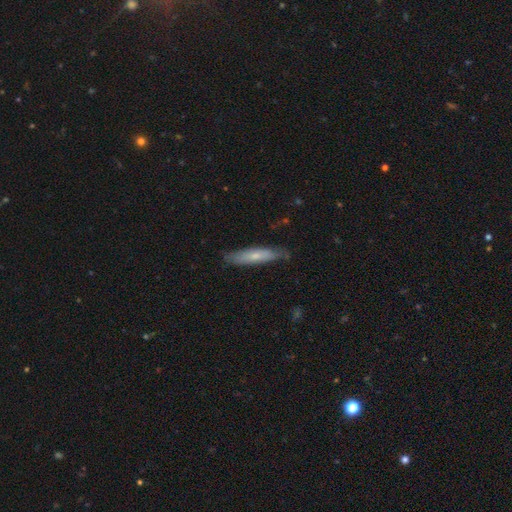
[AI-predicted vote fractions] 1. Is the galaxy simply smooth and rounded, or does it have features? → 59% smooth, 35% featured or disk, 6% star or artifact.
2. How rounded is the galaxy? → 84% cigar-shaped, 15% in between, 1% round.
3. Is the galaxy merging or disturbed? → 77% none, 18% minor disturbance, 3% major disturbance, 1% merger.